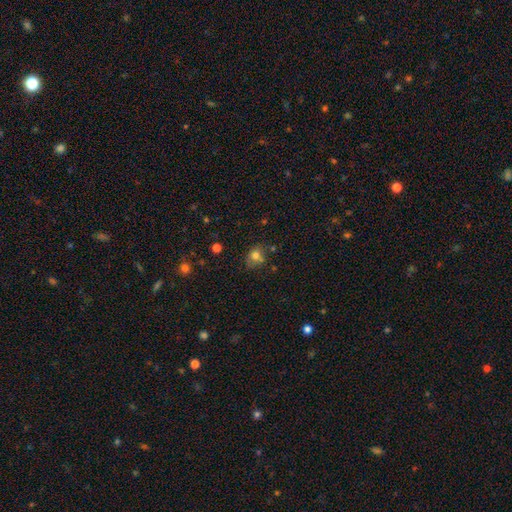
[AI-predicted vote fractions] A smooth galaxy with no disk features (74%) that is round (62%).

Vote fractions:
- Smooth or featured? smooth: 74% / star or artifact: 14% / featured or disk: 11%
- How rounded? round: 62% / in between: 37% / cigar-shaped: 1%
- Merging? none: 58% / minor disturbance: 21% / merger: 13% / major disturbance: 7%